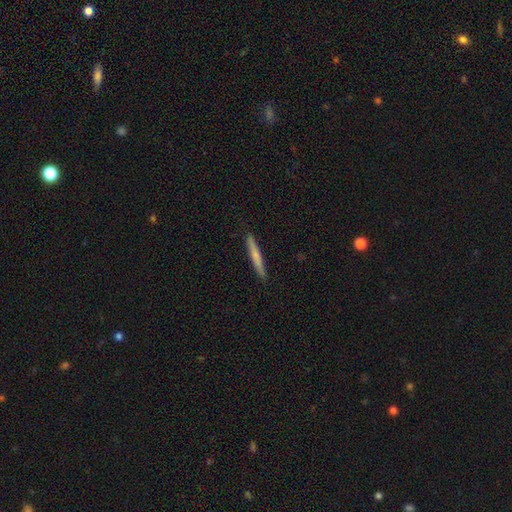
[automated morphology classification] Smooth or featured? smooth (63%)
How rounded? cigar-shaped (96%)
Merging? none (91%)